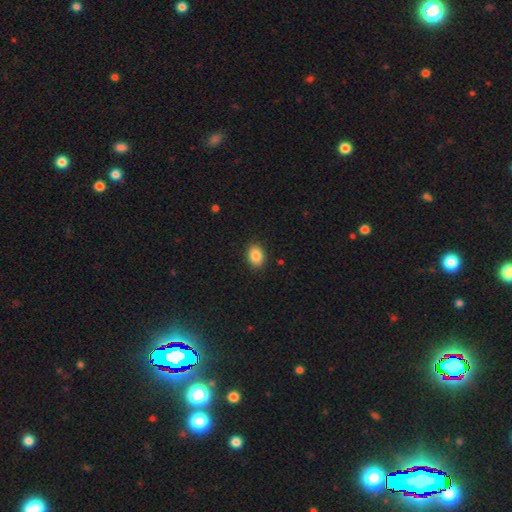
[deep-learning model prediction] Overall: smooth (87%). How rounded: in between (75%). Merging: none (90%).